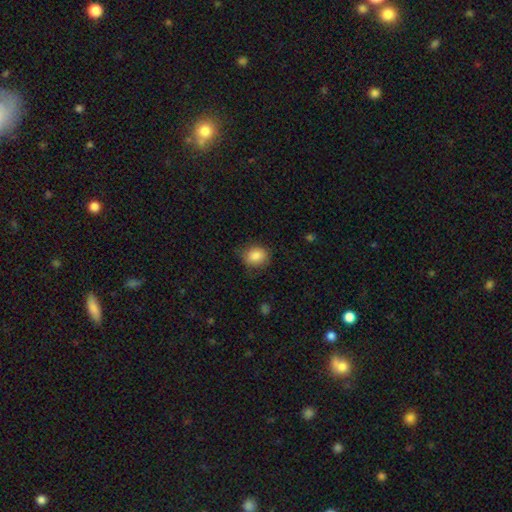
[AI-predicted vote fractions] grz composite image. It shows a smooth galaxy with no disk features (85%) that is round (64%). Merging: none (73%).